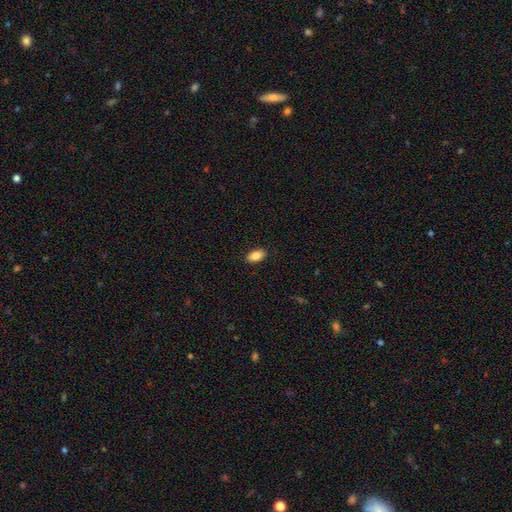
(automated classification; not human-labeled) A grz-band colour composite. It shows a smooth galaxy with no disk features (87%) that is in between round and cigar-shaped (93%). Merging: none (89%).